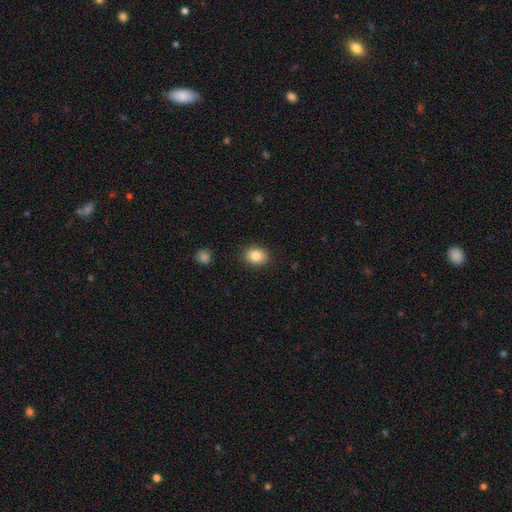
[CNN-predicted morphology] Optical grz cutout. It shows a smooth galaxy with no disk features (86%) that is in between round and cigar-shaped (62%). Merging: none (88%).